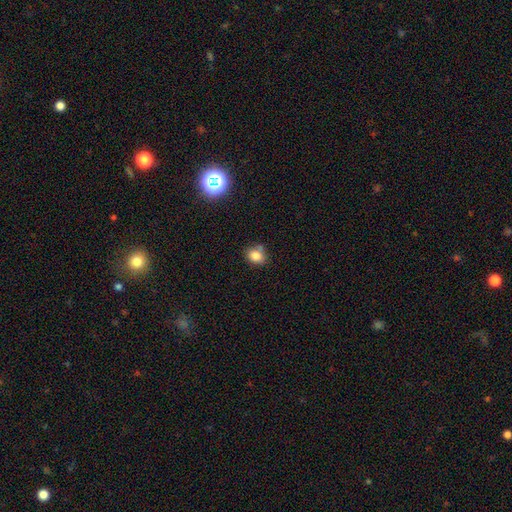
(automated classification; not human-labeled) Smooth or featured? smooth (81%)
How rounded? round (51%)
Merging? none (68%)